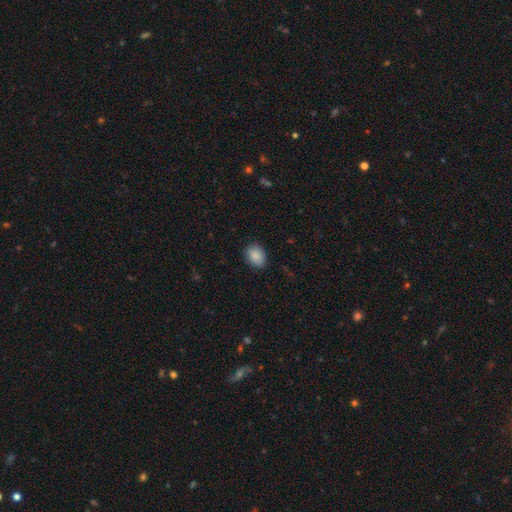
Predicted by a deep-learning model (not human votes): Smooth or featured: smooth — 88% (star or artifact — 7%)
How rounded: in between — 73% (round — 26%)
Merging: none — 85% (minor disturbance — 12%)